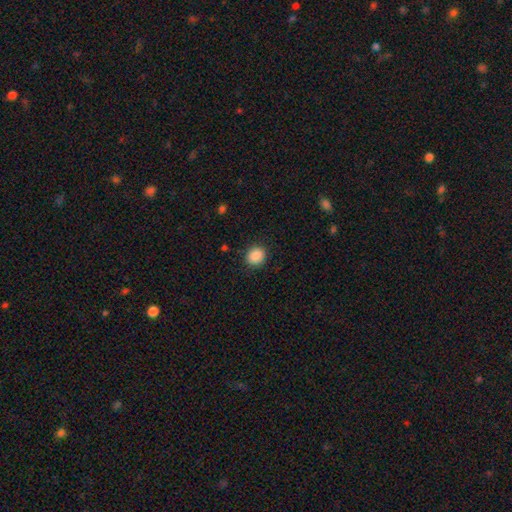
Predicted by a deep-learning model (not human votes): A smooth galaxy with no disk features (88%) that is round (83%).

Vote fractions:
- Smooth or featured? smooth: 88% / star or artifact: 9% / featured or disk: 3%
- How rounded? round: 83% / in between: 16% / cigar-shaped: 1%
- Merging? none: 89% / minor disturbance: 8% / major disturbance: 2% / merger: 1%